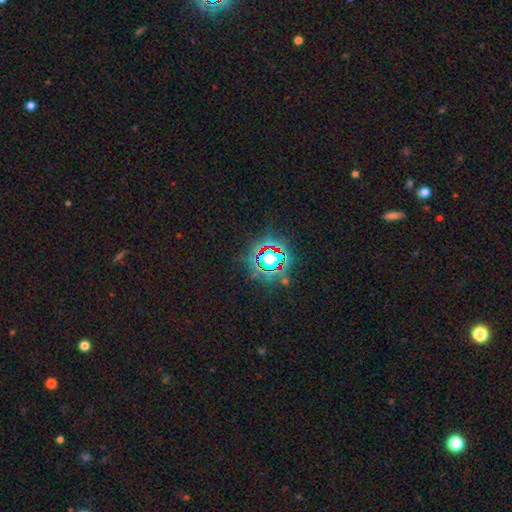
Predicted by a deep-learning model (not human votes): This is clearly a star or artifact rather than a galaxy (81%).